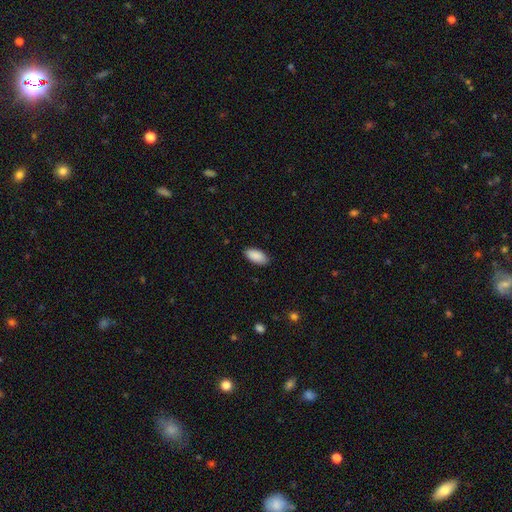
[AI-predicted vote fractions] Smooth or featured? Predicted: smooth (p=0.90). How rounded? Predicted: in between (p=0.93). Merging? Predicted: none (p=0.88).